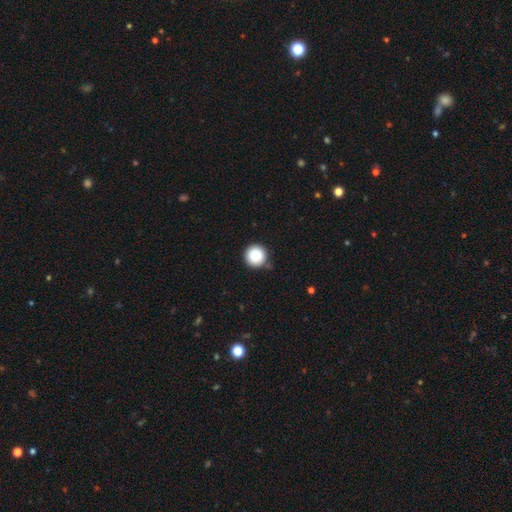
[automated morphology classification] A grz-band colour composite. It shows a smooth galaxy with no disk features (86%) that is round (96%). Merging: none (85%).